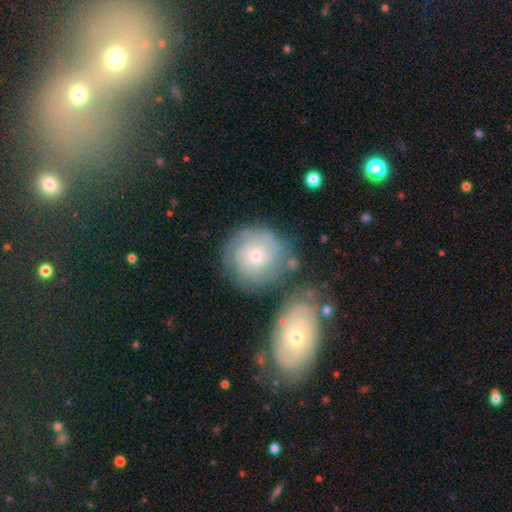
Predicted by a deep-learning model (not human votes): The model was most divided on "spiral arm count": can't tell: 49%, 2: 18%, 3: 15%, 4: 8%, 1: 5%, more than 4: 5%. More confident: edge-on disk — no (96%); bar — no (83%); spiral arms — yes (83%); spiral winding — tight (76%); bulge size — small (67%); merging — none (63%); smooth or featured — featured or disk (63%).